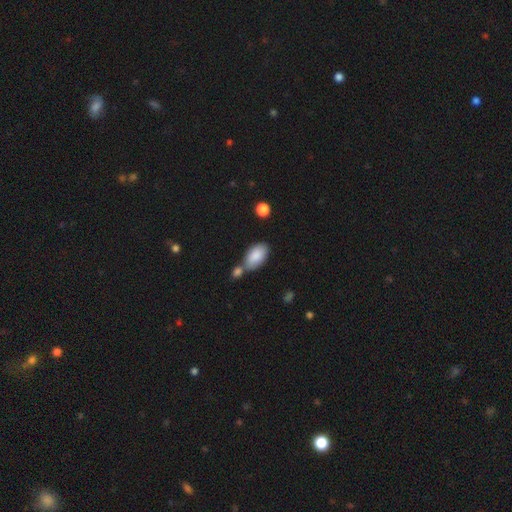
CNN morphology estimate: Overall: smooth (86%). How rounded: in between (94%). Merging: none (45%; merger 36%).